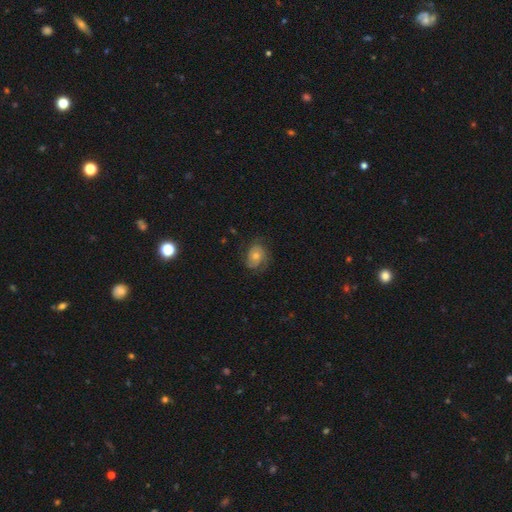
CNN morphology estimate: featured or disk 60%, smooth 28%, star or artifact 13%. Down the decision tree: edge-on disk — no (97%); bar — no (77%); spiral arms — yes (87%); spiral arm count — 2 (49%); spiral winding — tight (52%); bulge size — moderate (50%); merging — none (73%).